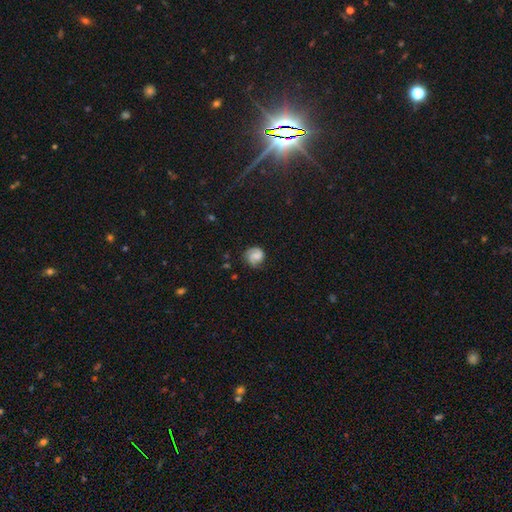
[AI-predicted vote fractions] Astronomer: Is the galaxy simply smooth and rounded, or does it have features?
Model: featured or disk — 49% (runner-up: smooth, 42%).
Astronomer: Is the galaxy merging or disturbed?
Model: none — 68%.